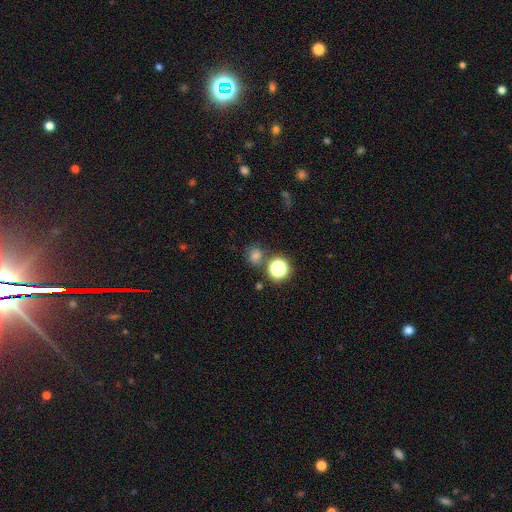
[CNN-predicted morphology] Smooth or featured? smooth (62%)
How rounded? round (85%)
Merging? none (77%)